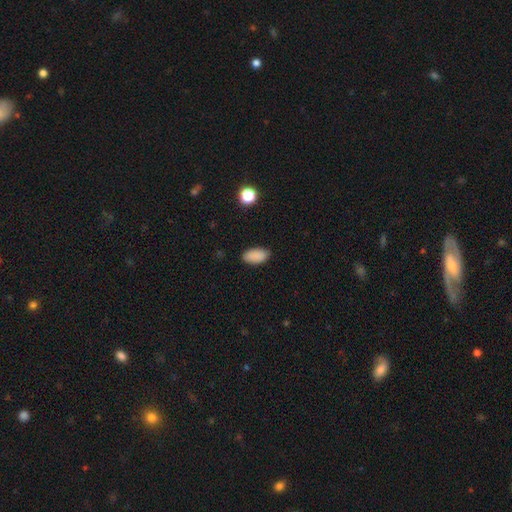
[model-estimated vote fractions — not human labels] Smooth or featured? Predicted: smooth (p=0.88). How rounded? Predicted: in between (p=0.93). Merging? Predicted: none (p=0.85).